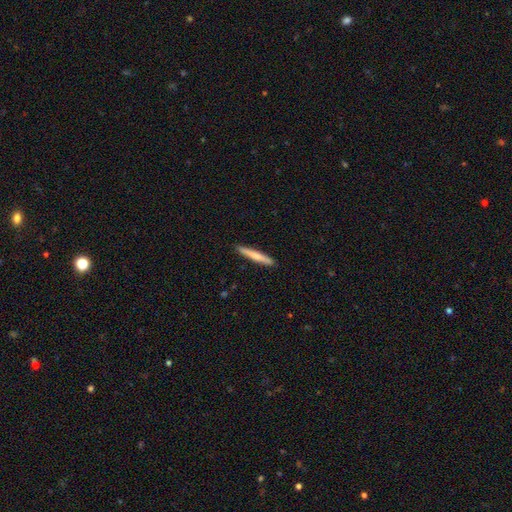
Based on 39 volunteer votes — Morphology: type=smooth (59%); roundness=cigar-shaped (96%); merging=none (85%).